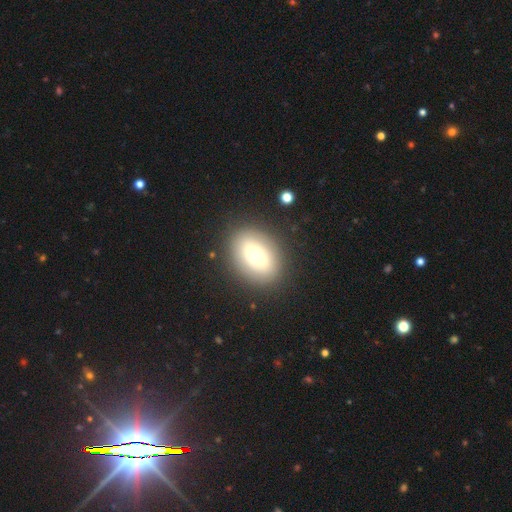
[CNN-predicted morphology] The model was most divided on "how rounded": in between: 71%, round: 28%, cigar-shaped: 2%. More confident: merging — none (84%); smooth or featured — smooth (68%).